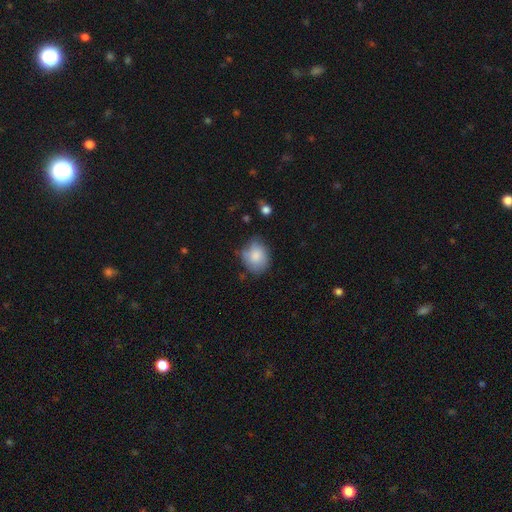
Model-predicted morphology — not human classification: Smooth or featured? Predicted: smooth (p=0.83). How rounded? Predicted: round (p=0.54). Merging? Predicted: none (p=0.59).